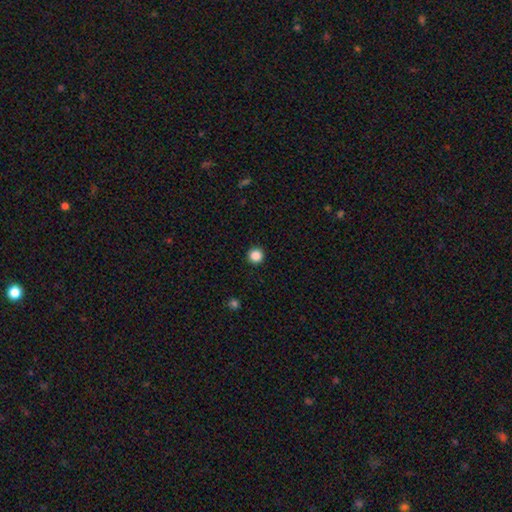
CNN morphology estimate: Smooth or featured?
  - smooth: 87% *
  - star or artifact: 11%
  - featured or disk: 3%
How rounded?
  - round: 96% *
  - in between: 3%
  - cigar-shaped: 1%
Merging?
  - none: 94% *
  - minor disturbance: 4%
  - major disturbance: 1%
  - merger: 1%